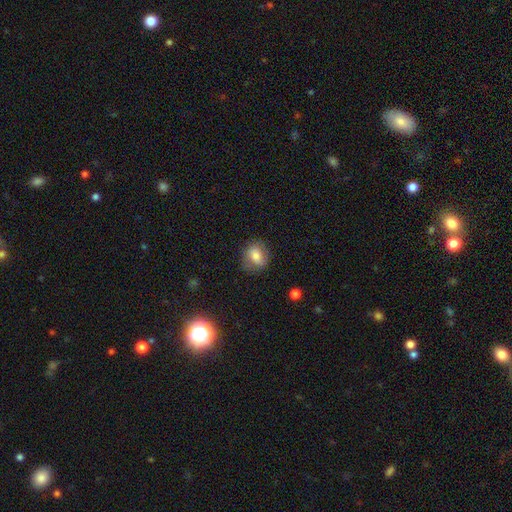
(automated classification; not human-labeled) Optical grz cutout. It shows a smooth galaxy with no disk features (72%) that is round (55%). Merging: none (71%).